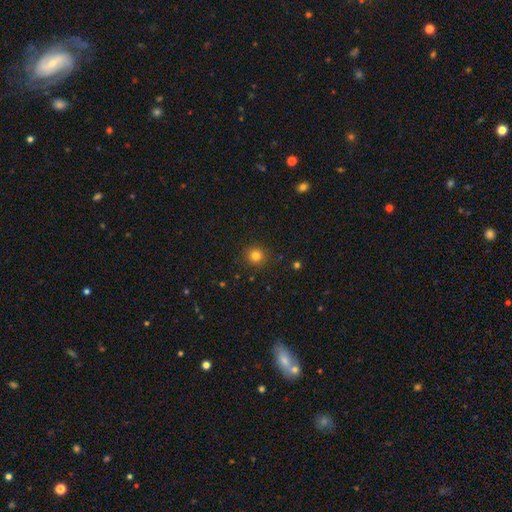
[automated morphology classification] Smooth or featured: smooth — 81% (star or artifact — 14%)
How rounded: round — 93% (in between — 6%)
Merging: none — 90% (minor disturbance — 6%)